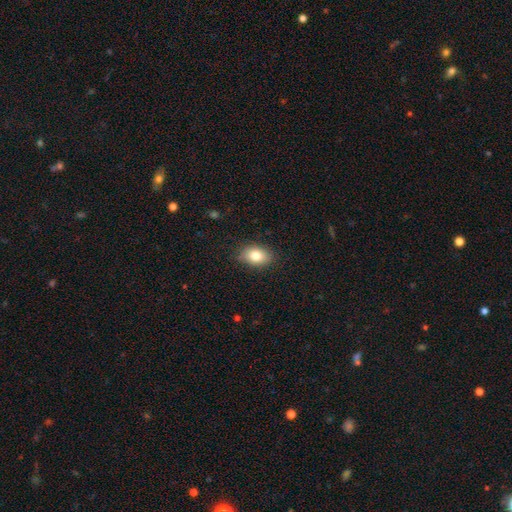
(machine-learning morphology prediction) type=smooth (81%); roundness=in between (84%); merging=none (84%).